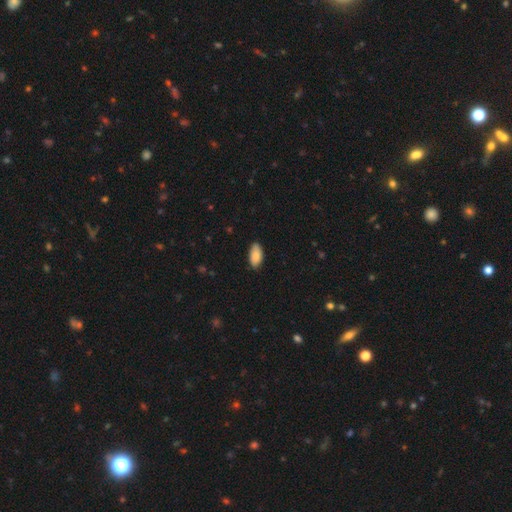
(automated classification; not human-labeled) A smooth galaxy with no disk features (88%) that is in between round and cigar-shaped (94%). Merging: none (86%).